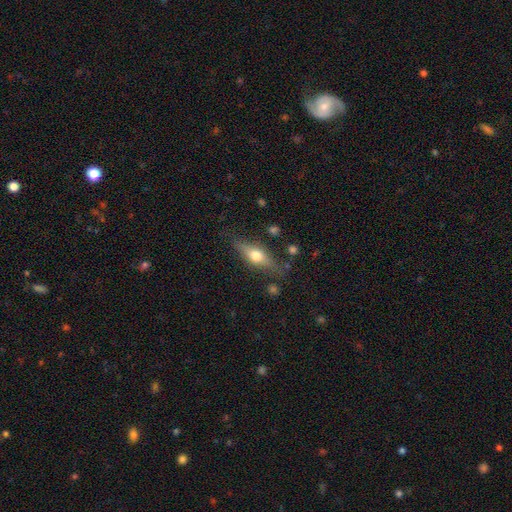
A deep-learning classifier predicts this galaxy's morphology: A smooth galaxy with no disk features (52%) that is in between round and cigar-shaped (54%).

Vote fractions:
- Smooth or featured? smooth: 52% / featured or disk: 41% / star or artifact: 7%
- How rounded? in between: 54% / cigar-shaped: 39% / round: 7%
- Merging? none: 76% / minor disturbance: 17% / major disturbance: 5% / merger: 3%